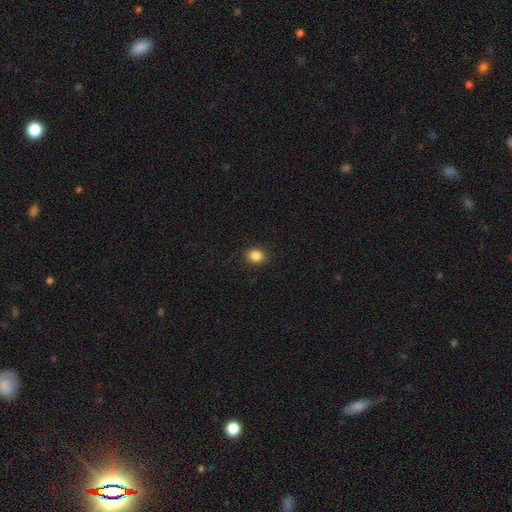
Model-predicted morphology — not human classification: Q: Smooth or featured?
A: smooth (86%); runner-up: star or artifact (10%)
Q: How rounded?
A: round (65%); runner-up: in between (34%)
Q: Merging?
A: none (90%); runner-up: minor disturbance (7%)